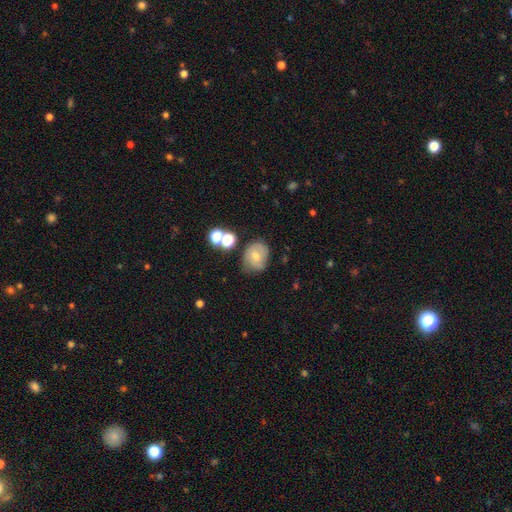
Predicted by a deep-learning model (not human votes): smooth_or_featured: smooth (p=0.56) [alt: featured or disk p=0.31]
how_rounded: round (p=0.59) [alt: in between p=0.40]
merging: none (p=0.55) [alt: minor disturbance p=0.27]